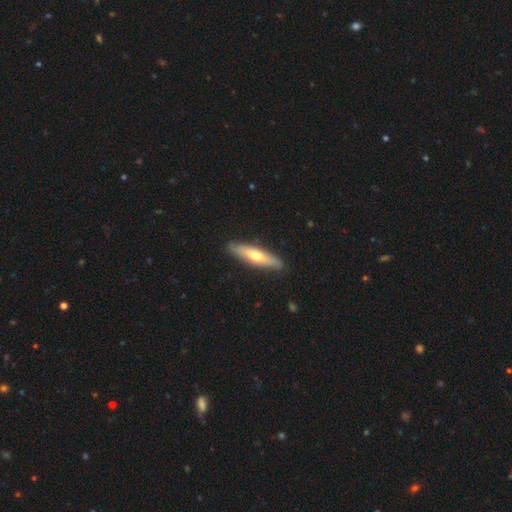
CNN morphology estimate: This appears to be a smooth galaxy with no disk features (52%) that is cigar-shaped (75%). Merging: none (88%).